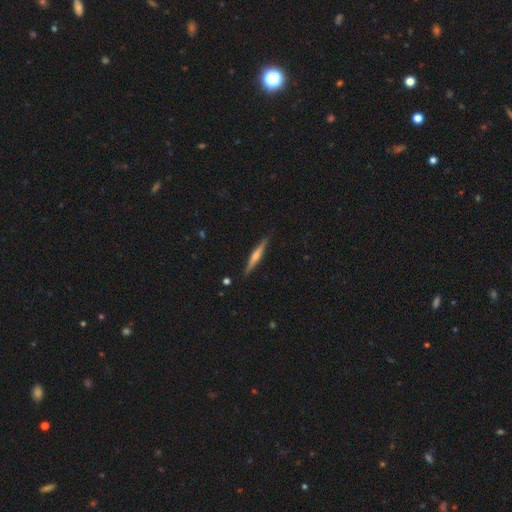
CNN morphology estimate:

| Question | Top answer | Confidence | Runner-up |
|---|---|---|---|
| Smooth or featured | featured or disk | 69% | smooth (25%) |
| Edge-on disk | yes | 98% | no (2%) |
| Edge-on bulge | rounded | 78% | none (13%) |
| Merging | none | 91% | minor disturbance (7%) |